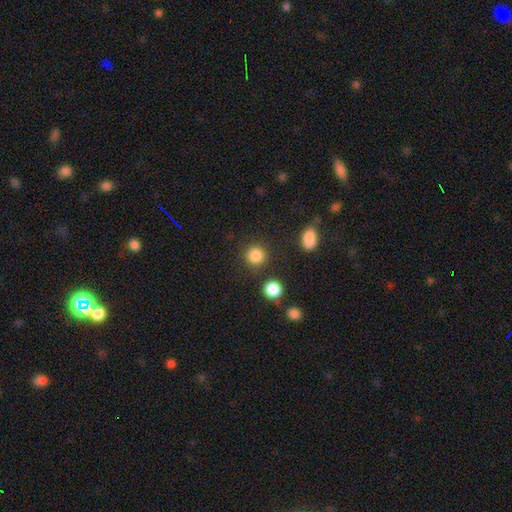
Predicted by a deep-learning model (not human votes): smooth_or_featured: smooth (p=0.85) [alt: star or artifact p=0.11]
how_rounded: round (p=0.91) [alt: in between p=0.08]
merging: none (p=0.85) [alt: minor disturbance p=0.07]